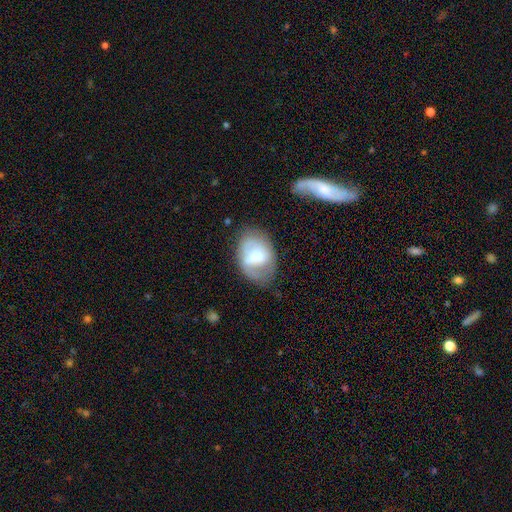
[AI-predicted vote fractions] smooth-or-featured: smooth: 47% | featured or disk: 46% | star or artifact: 7%
  merging: none: 58% | minor disturbance: 27% | major disturbance: 13% | merger: 3%